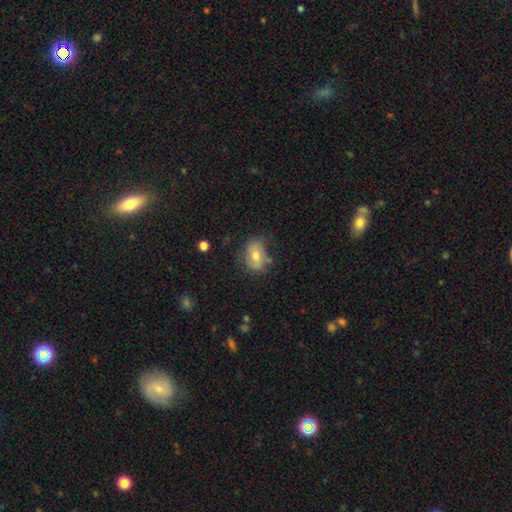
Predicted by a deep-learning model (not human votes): This appears to be a smooth galaxy with no disk features (67%) that is in between round and cigar-shaped (66%). Merging: none (64%).